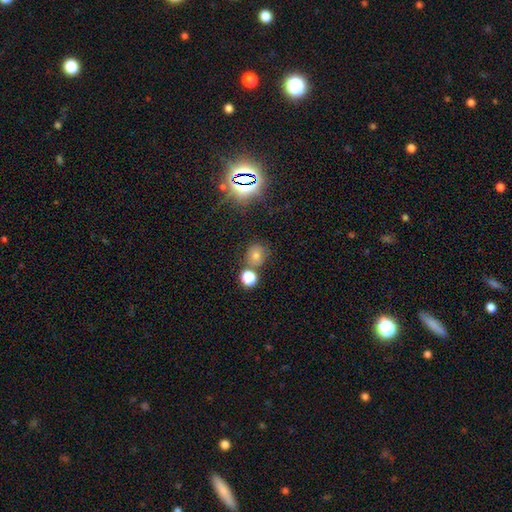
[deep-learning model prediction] The model was most divided on "smooth or featured": smooth: 55%, star or artifact: 33%, featured or disk: 11%. More confident: how rounded — round (76%); merging — none (72%).